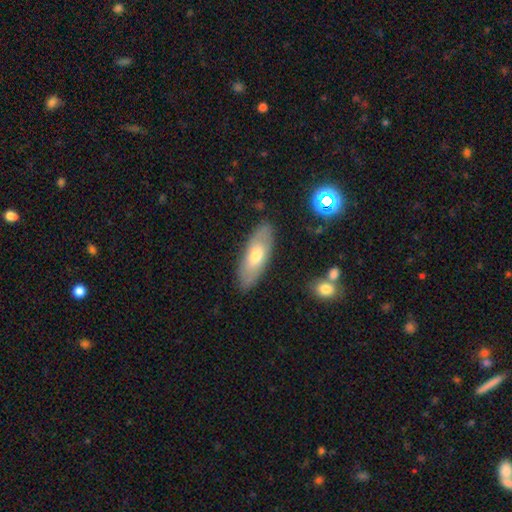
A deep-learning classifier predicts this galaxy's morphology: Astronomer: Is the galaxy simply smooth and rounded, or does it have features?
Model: smooth — 59% (runner-up: featured or disk, 35%).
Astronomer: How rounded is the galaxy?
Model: in between — 70%.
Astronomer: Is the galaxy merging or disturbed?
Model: none — 84%.